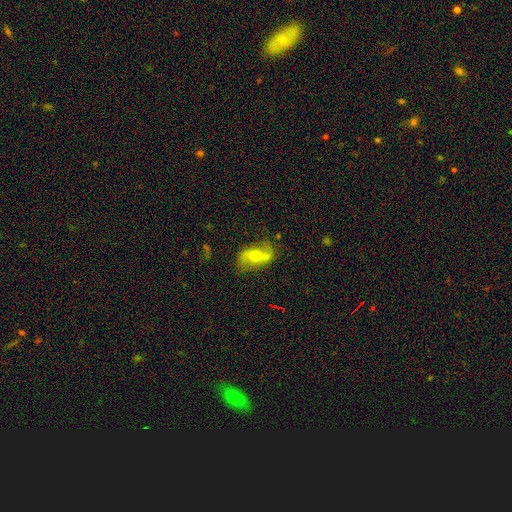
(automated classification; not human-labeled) Smooth or featured? Predicted: featured or disk (p=0.61). Edge-on disk? Predicted: no (p=0.93). Bar? Predicted: no (p=0.52). Spiral arms? Predicted: yes (p=0.76). Bulge size? Predicted: moderate (p=0.66). Merging? Predicted: none (p=0.62).